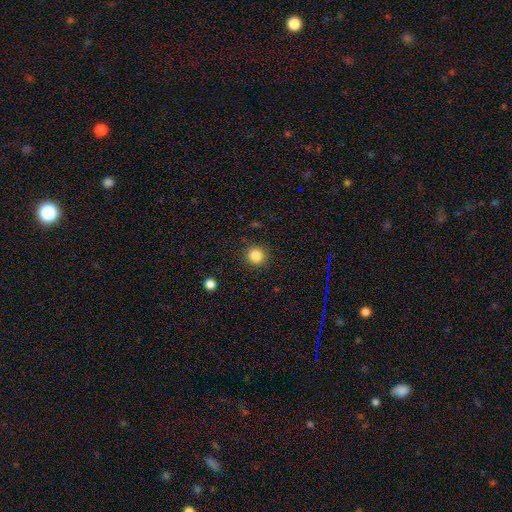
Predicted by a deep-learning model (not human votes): Smooth or featured? Predicted: smooth (p=0.84). How rounded? Predicted: round (p=0.92). Merging? Predicted: none (p=0.90).